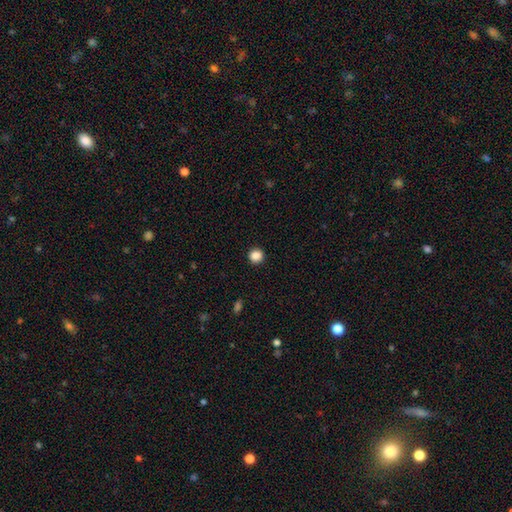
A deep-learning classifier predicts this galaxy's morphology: type=smooth (86%); roundness=round (91%); merging=none (92%).